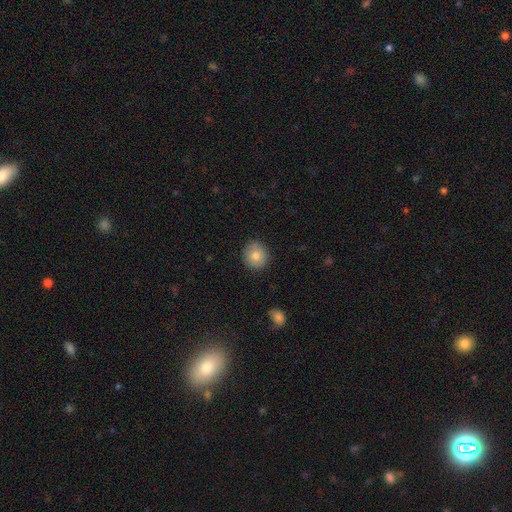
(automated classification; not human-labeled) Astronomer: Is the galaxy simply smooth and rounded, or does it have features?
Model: smooth — 81%.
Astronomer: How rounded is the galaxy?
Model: round — 89%.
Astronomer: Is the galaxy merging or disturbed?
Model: none — 89%.